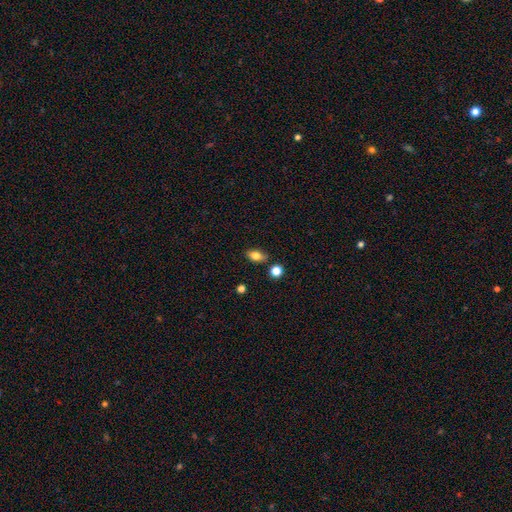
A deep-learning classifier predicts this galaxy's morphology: Smooth or featured?
  - smooth: 80% *
  - featured or disk: 11%
  - star or artifact: 9%
How rounded?
  - in between: 85% *
  - round: 11%
  - cigar-shaped: 4%
Merging?
  - none: 80% *
  - minor disturbance: 12%
  - merger: 5%
  - major disturbance: 3%